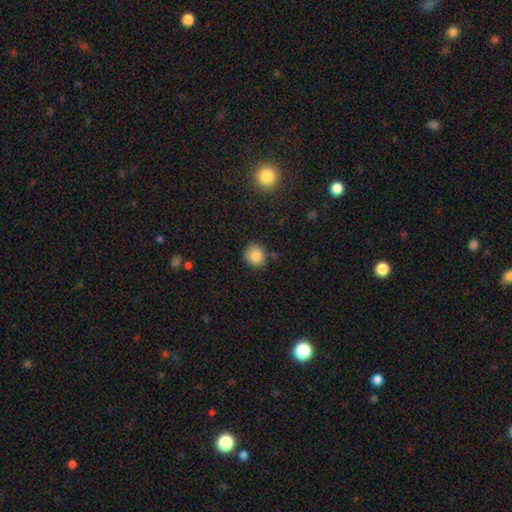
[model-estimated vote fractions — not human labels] smooth-or-featured: smooth: 85% | star or artifact: 10% | featured or disk: 5%
  how-rounded: round: 80% | in between: 19% | cigar-shaped: 1%
  merging: none: 83% | minor disturbance: 12% | merger: 3% | major disturbance: 3%